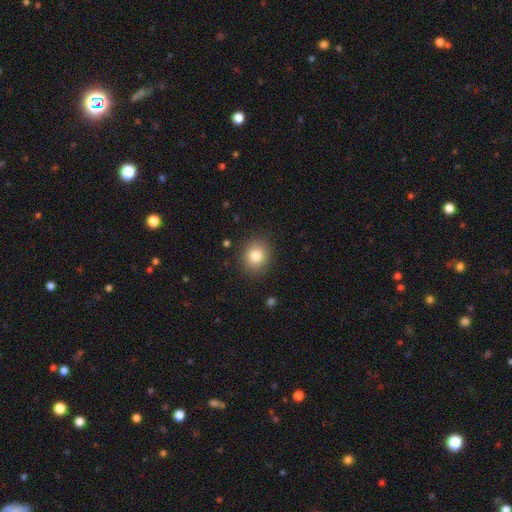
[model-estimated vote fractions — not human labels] Smooth or featured? Predicted: smooth (p=0.82). How rounded? Predicted: round (p=0.75). Merging? Predicted: none (p=0.88).